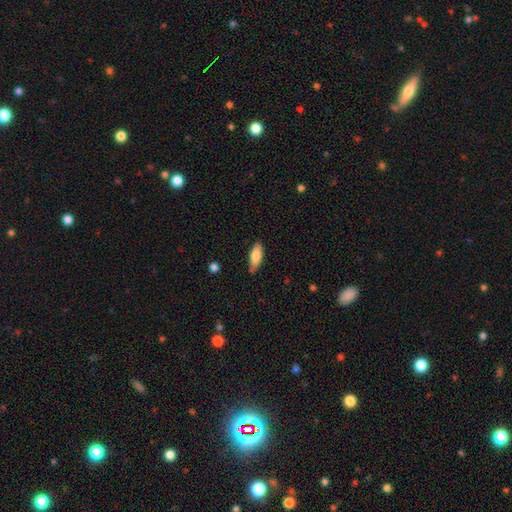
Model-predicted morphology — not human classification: Smooth or featured: smooth — 81% (featured or disk — 13%)
How rounded: in between — 70% (cigar-shaped — 28%)
Merging: none — 78% (minor disturbance — 17%)